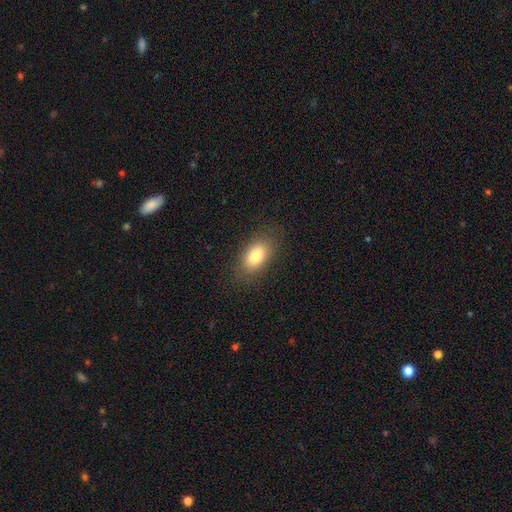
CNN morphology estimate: Smooth or featured? smooth (82%)
How rounded? in between (91%)
Merging? none (83%)